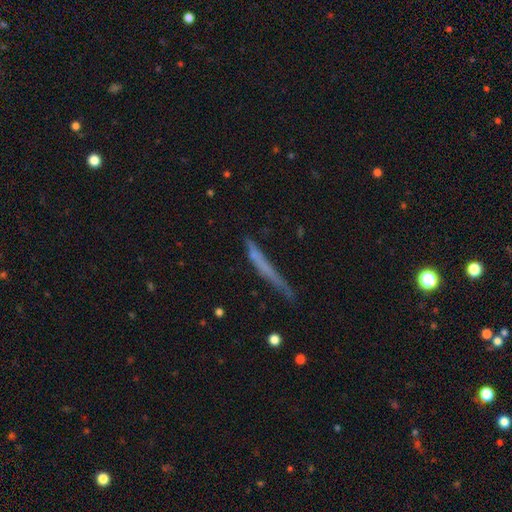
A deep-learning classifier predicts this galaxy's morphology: smooth 56%, featured or disk 35%, star or artifact 8%. Down the decision tree: how rounded — cigar-shaped (95%); merging — none (61%).